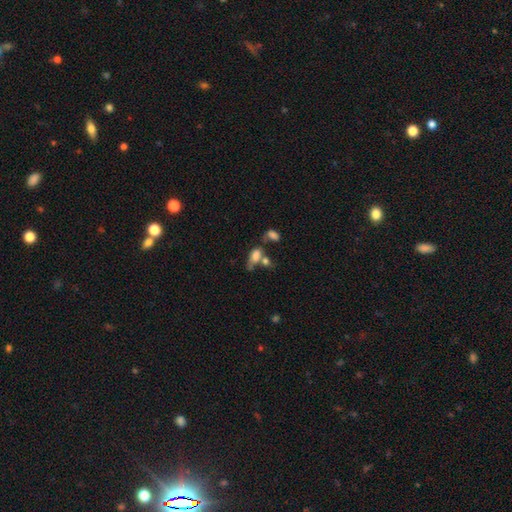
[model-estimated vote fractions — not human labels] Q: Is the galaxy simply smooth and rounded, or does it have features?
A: smooth — 70%.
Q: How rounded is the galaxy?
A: in between — 86%.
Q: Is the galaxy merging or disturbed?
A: merger — 36%.